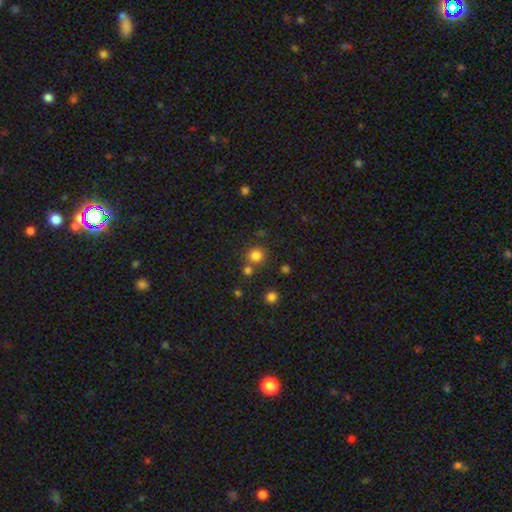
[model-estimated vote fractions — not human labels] Q: Smooth or featured?
A: smooth (80%); runner-up: star or artifact (14%)
Q: How rounded?
A: round (91%); runner-up: in between (8%)
Q: Merging?
A: none (74%); runner-up: merger (15%)